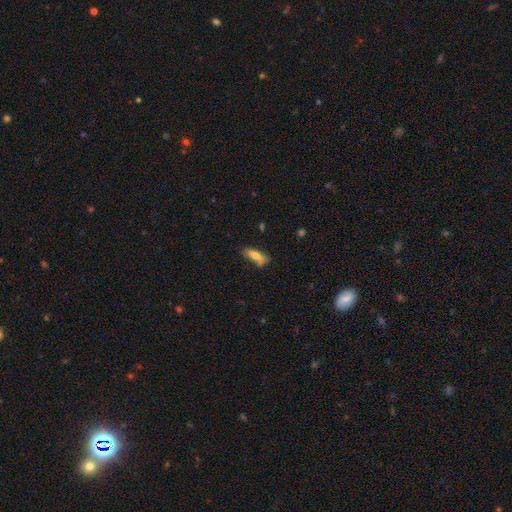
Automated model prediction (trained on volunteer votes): Smooth or featured: smooth — 72% (featured or disk — 21%)
How rounded: in between — 52% (cigar-shaped — 45%)
Merging: none — 60% (minor disturbance — 28%)